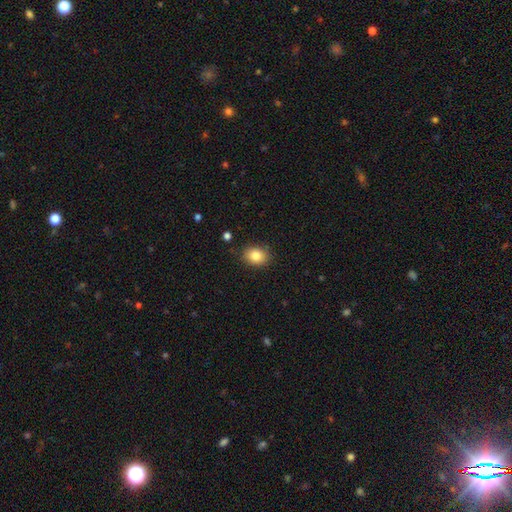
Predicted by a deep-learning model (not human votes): Morphology: type=smooth (85%); roundness=in between (58%); merging=none (86%).